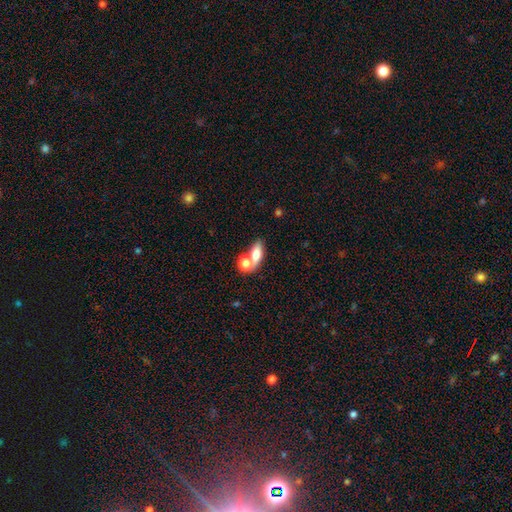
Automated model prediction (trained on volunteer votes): A smooth galaxy with no disk features (74%) that is in between round and cigar-shaped (70%).

Vote fractions:
- Smooth or featured? smooth: 74% / featured or disk: 16% / star or artifact: 10%
- How rounded? in between: 70% / round: 15% / cigar-shaped: 15%
- Merging? merger: 44% / none: 40% / minor disturbance: 10% / major disturbance: 6%